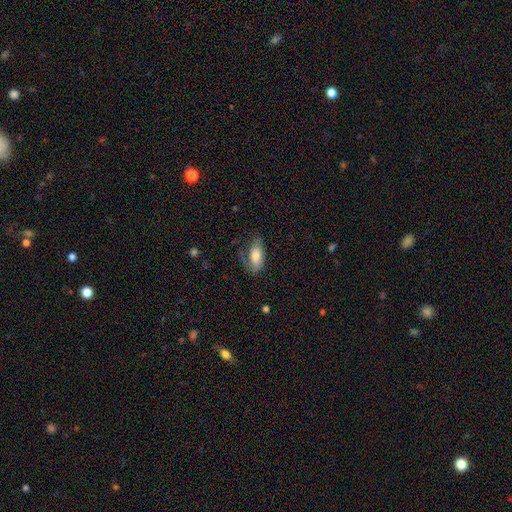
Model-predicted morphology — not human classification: smooth_or_featured: smooth (p=0.65) [alt: featured or disk p=0.28]
how_rounded: in between (p=0.85) [alt: cigar-shaped p=0.12]
merging: none (p=0.55) [alt: minor disturbance p=0.27]